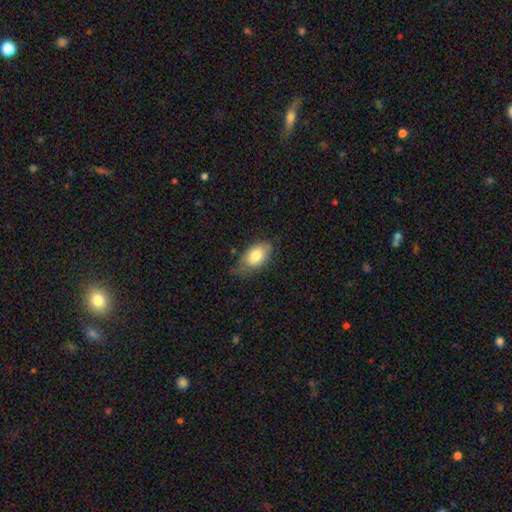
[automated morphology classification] type=smooth (78%); roundness=in between (91%); merging=none (56%).